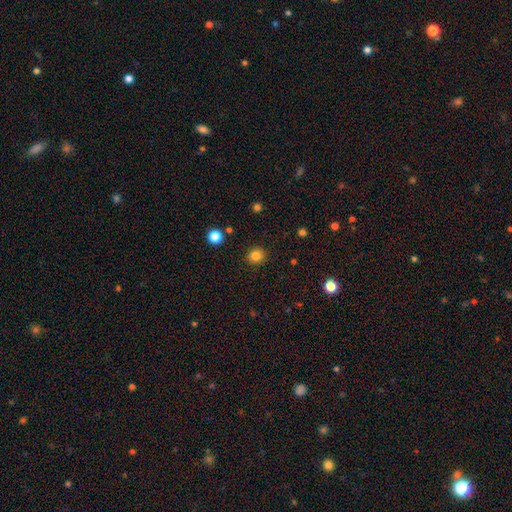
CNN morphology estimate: Smooth or featured? smooth (83%)
How rounded? round (87%)
Merging? none (91%)